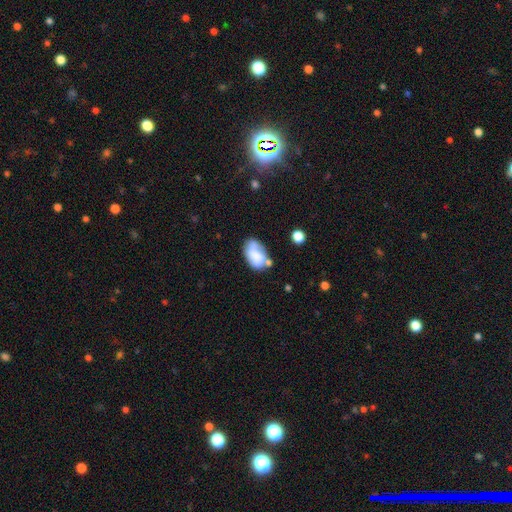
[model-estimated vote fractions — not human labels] Smooth or featured: smooth — 67% (featured or disk — 24%)
How rounded: in between — 89% (round — 9%)
Merging: none — 41% (minor disturbance — 27%)